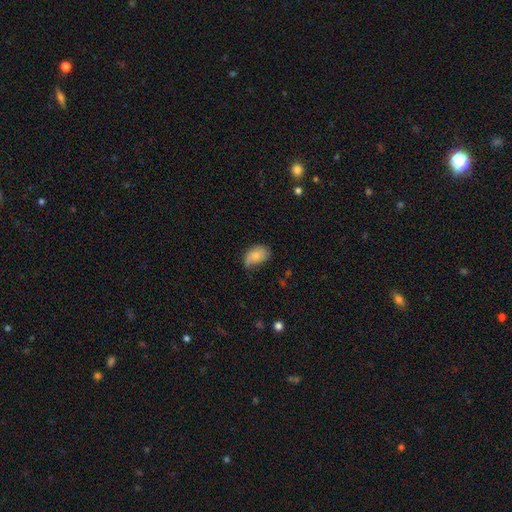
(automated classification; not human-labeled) smooth-or-featured: smooth: 70% | featured or disk: 23% | star or artifact: 8%
  how-rounded: in between: 87% | round: 11% | cigar-shaped: 1%
  merging: none: 44% | minor disturbance: 40% | major disturbance: 14% | merger: 2%